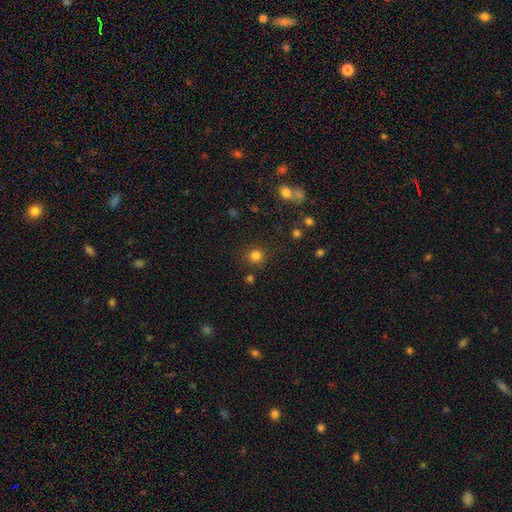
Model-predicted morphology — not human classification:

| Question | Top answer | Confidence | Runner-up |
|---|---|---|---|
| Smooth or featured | smooth | 81% | star or artifact (15%) |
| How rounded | round | 92% | in between (7%) |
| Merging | none | 85% | minor disturbance (8%) |